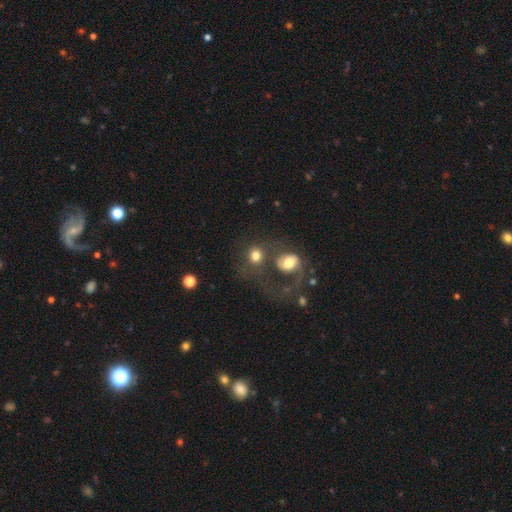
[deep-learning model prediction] Smooth or featured?
  - smooth: 68% *
  - featured or disk: 23%
  - star or artifact: 10%
How rounded?
  - round: 80% *
  - in between: 19%
  - cigar-shaped: 1%
Merging?
  - merger: 44% *
  - none: 30%
  - major disturbance: 17%
  - minor disturbance: 9%